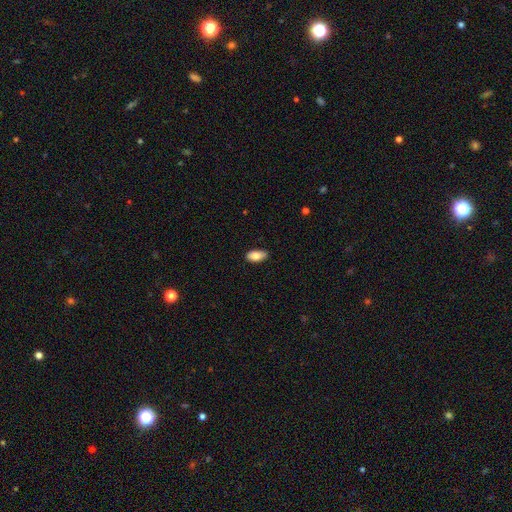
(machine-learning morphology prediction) Overall: smooth (83%). How rounded: in between (93%). Merging: none (83%).